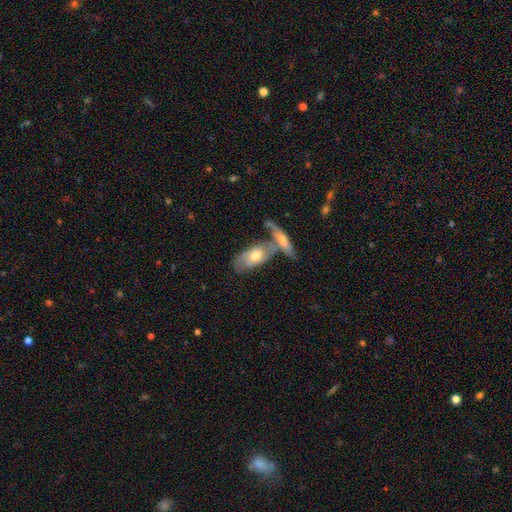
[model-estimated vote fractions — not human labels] smooth_or_featured: featured or disk (p=0.50) [alt: smooth p=0.45]
disk_edge_on: no (p=0.74) [alt: yes p=0.26]
merging: merger (p=0.44) [alt: none p=0.37]